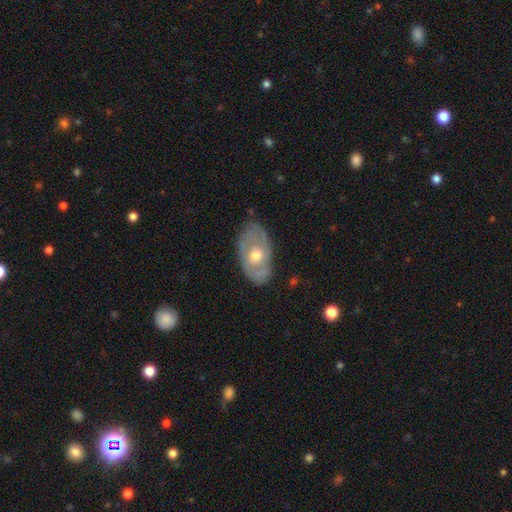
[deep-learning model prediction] Smooth or featured?
  - featured or disk: 64% *
  - smooth: 31%
  - star or artifact: 5%
Edge-on disk?
  - no: 90% *
  - yes: 10%
Bar?
  - no: 83% *
  - weak: 15%
  - strong: 3%
Spiral arms?
  - no: 52% *
  - yes: 48%
Bulge size?
  - moderate: 73% *
  - small: 18%
  - large: 7%
  - none: 1%
  - dominant: 1%
Merging?
  - none: 70% *
  - minor disturbance: 22%
  - major disturbance: 6%
  - merger: 2%